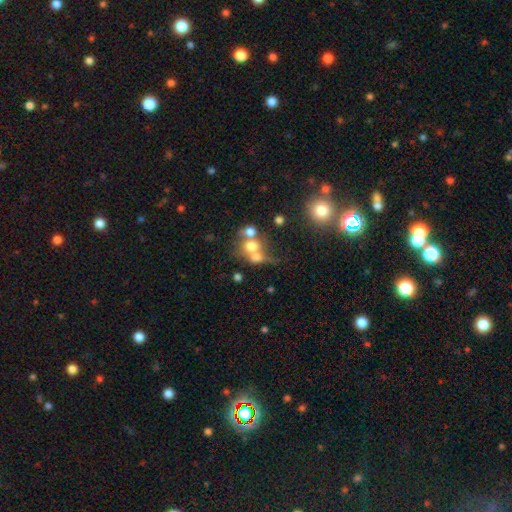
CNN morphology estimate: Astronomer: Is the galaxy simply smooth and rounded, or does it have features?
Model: smooth — 60%.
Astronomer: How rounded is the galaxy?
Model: round — 60% (runner-up: in between, 38%).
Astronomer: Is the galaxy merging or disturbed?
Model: merger — 59%.